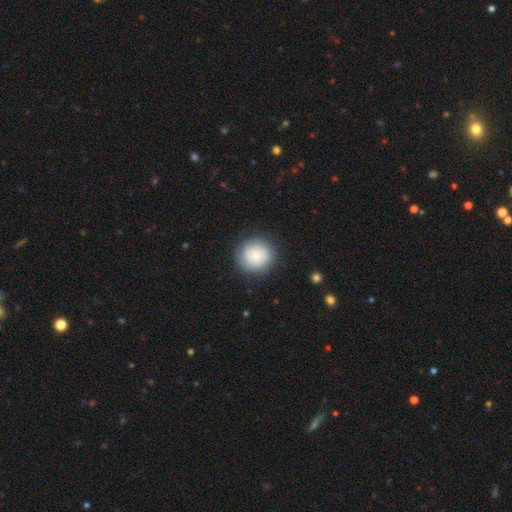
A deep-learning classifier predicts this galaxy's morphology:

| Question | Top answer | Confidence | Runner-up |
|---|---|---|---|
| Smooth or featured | smooth | 74% | featured or disk (19%) |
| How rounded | round | 93% | in between (6%) |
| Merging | none | 85% | minor disturbance (10%) |